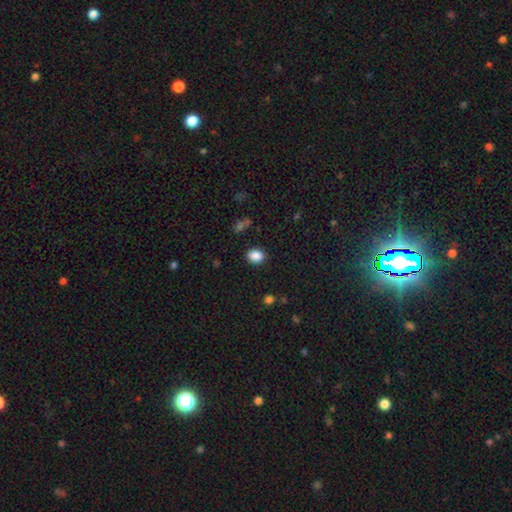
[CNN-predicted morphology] smooth-or-featured: smooth: 87% | star or artifact: 9% | featured or disk: 4%
  how-rounded: in between: 57% | round: 42% | cigar-shaped: 1%
  merging: none: 87% | minor disturbance: 9% | major disturbance: 3% | merger: 1%